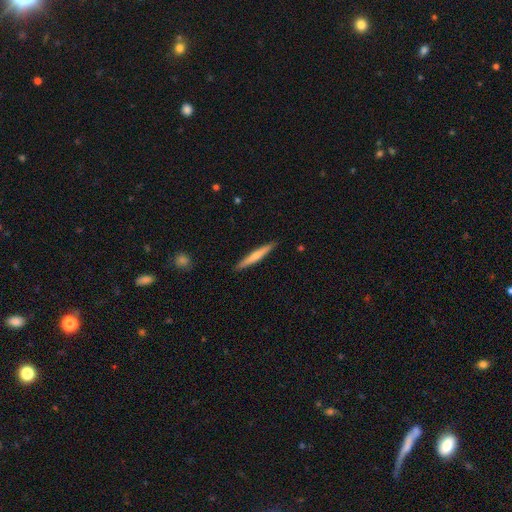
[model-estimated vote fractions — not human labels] smooth 61%, featured or disk 34%, star or artifact 5%. Down the decision tree: how rounded — cigar-shaped (96%); merging — none (91%).